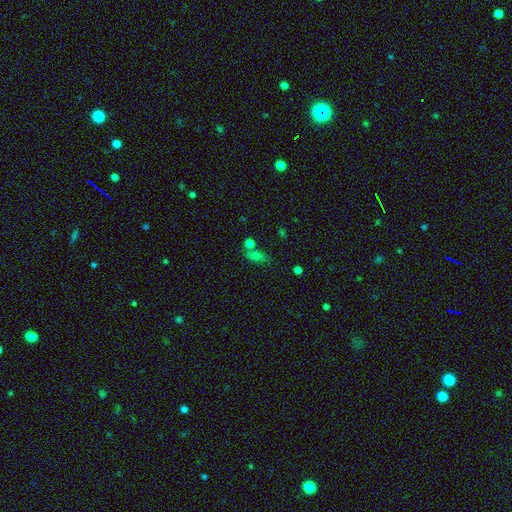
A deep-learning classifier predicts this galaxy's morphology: Overall: smooth (66%). How rounded: in between (71%). Merging: none (51%; merger 24%).